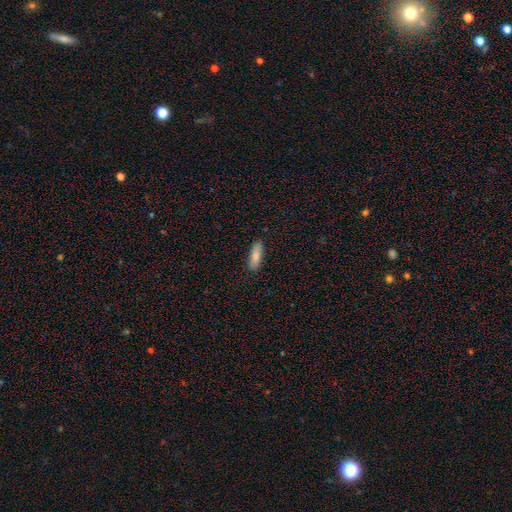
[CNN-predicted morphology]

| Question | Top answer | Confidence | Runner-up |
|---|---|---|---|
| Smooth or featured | smooth | 85% | featured or disk (9%) |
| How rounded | in between | 52% | cigar-shaped (47%) |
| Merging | none | 86% | minor disturbance (11%) |